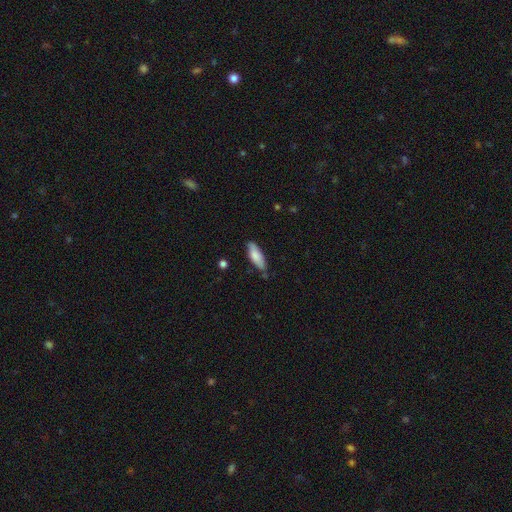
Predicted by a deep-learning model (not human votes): smooth 79%, featured or disk 15%, star or artifact 6%. Down the decision tree: how rounded — in between (59%); merging — none (71%).